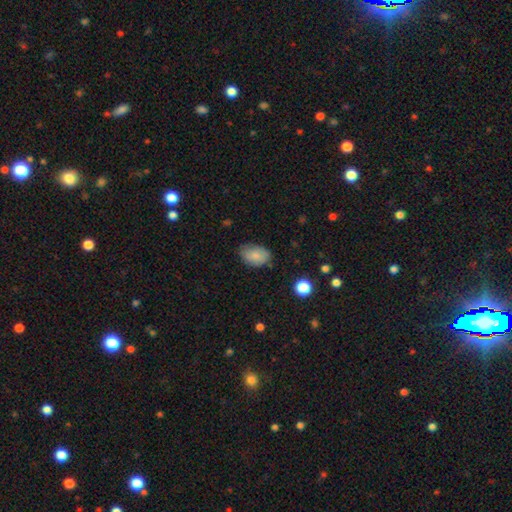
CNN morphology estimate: This is clearly a smooth galaxy (82%). How rounded: clearly in between (83%). Merging: likely none (71%).